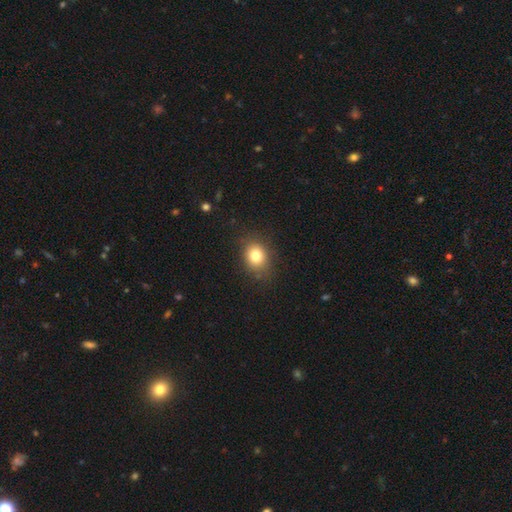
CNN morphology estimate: This is likely a smooth galaxy (80%). How rounded: likely round (60%). Merging: clearly none (81%).